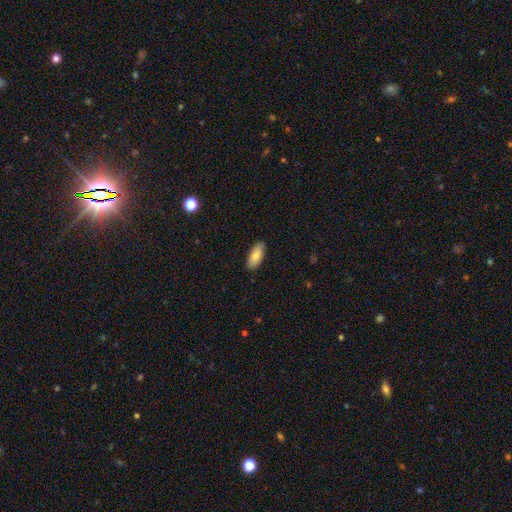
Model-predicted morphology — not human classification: A smooth galaxy with no disk features (83%) that is in between round and cigar-shaped (87%).

Vote fractions:
- Smooth or featured? smooth: 83% / featured or disk: 10% / star or artifact: 6%
- How rounded? in between: 87% / cigar-shaped: 11% / round: 2%
- Merging? none: 87% / minor disturbance: 10% / major disturbance: 2% / merger: 1%